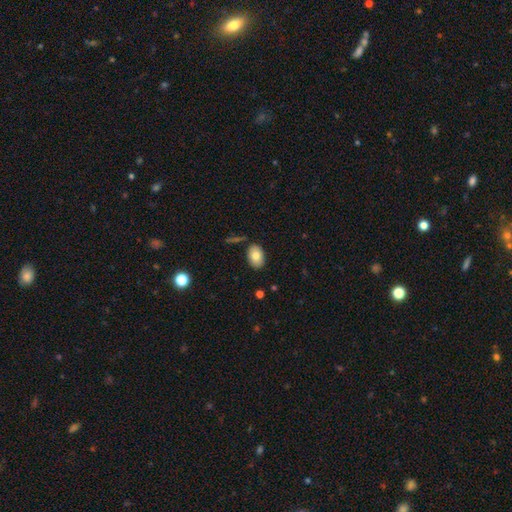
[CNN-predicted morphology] Smooth or featured? Predicted: smooth (p=0.80). How rounded? Predicted: in between (p=0.87). Merging? Predicted: none (p=0.83).